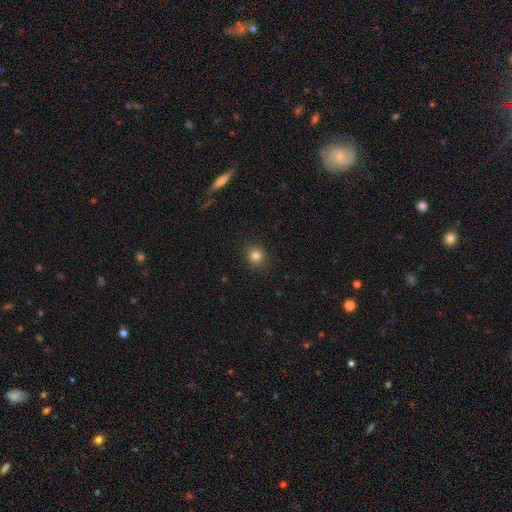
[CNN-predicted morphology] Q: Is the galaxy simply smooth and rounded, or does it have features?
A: smooth — 83%.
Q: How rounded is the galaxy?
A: round — 88%.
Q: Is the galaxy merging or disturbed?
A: none — 90%.